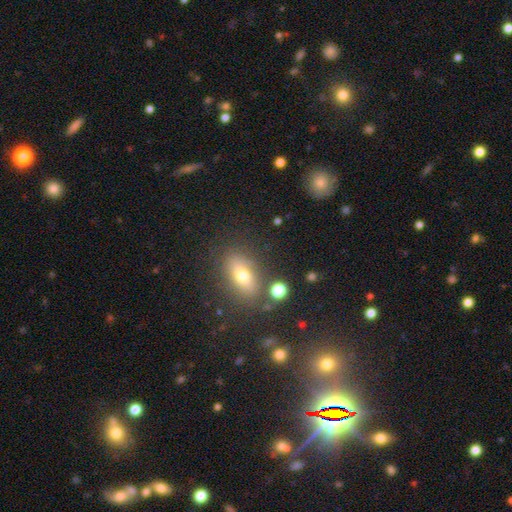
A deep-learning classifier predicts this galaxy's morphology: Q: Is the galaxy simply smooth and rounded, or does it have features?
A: smooth — 49%.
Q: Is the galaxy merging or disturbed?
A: none — 80%.